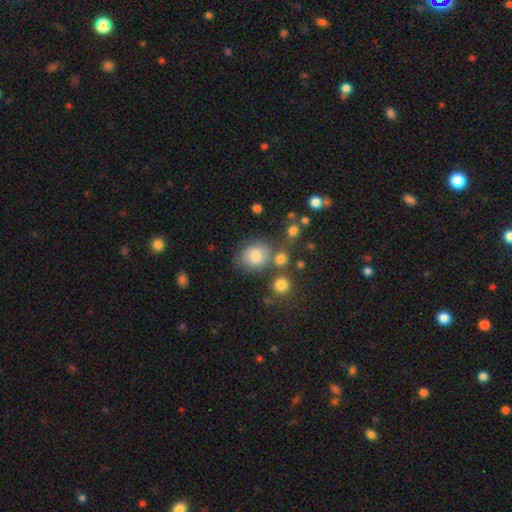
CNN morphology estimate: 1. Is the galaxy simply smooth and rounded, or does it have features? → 74% smooth, 14% featured or disk, 12% star or artifact.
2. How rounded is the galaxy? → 66% round, 33% in between, 1% cigar-shaped.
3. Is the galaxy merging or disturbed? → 62% none, 17% minor disturbance, 14% merger, 7% major disturbance.